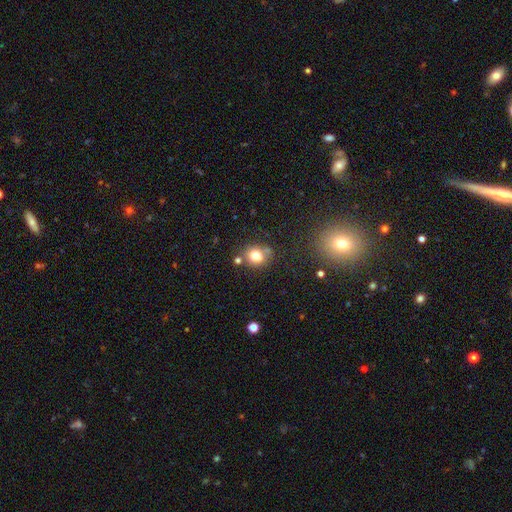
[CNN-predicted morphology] Smooth or featured? Predicted: smooth (p=0.78). How rounded? Predicted: round (p=0.74). Merging? Predicted: none (p=0.69).